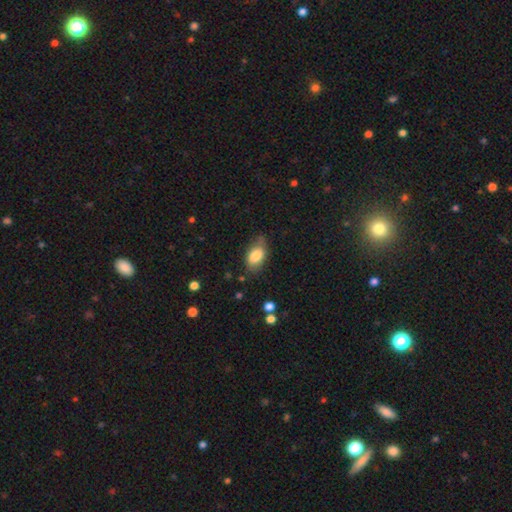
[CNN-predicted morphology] type=smooth (81%); roundness=in between (90%); merging=none (64%).